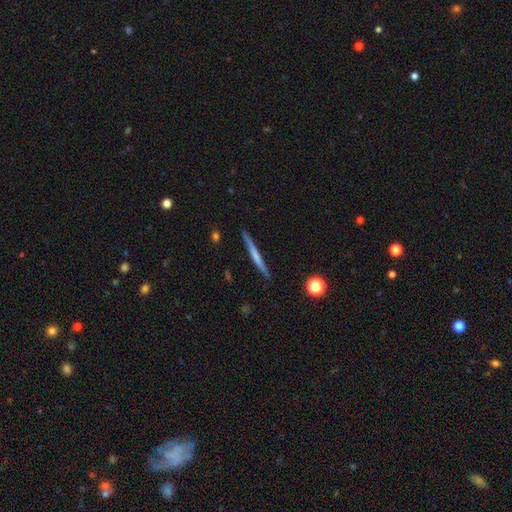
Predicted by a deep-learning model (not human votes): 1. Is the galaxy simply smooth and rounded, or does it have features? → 48% featured or disk, 46% smooth, 6% star or artifact.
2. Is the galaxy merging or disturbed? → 90% none, 7% minor disturbance, 1% major disturbance, 1% merger.